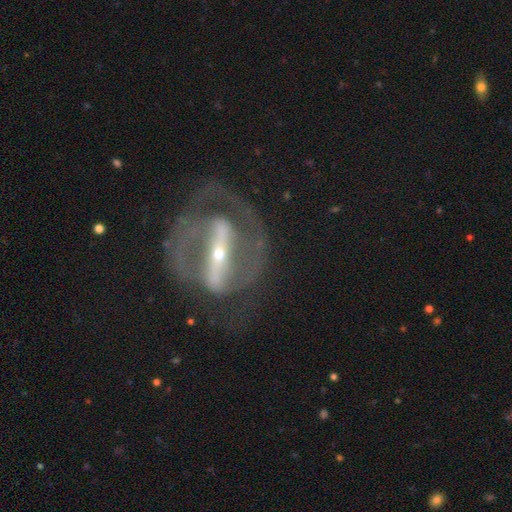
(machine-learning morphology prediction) Smooth or featured? featured or disk (87%)
Edge-on disk? no (88%)
Bar? strong (81%)
Spiral arms? yes (76%)
Spiral winding? tight (43%)
Spiral arm count? 2 (73%)
Bulge size? small (76%)
Merging? none (60%)